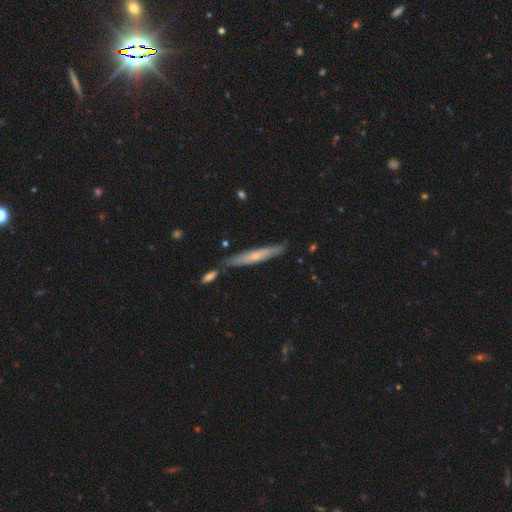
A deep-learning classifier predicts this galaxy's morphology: Overall: featured or disk (49%; smooth 45%). Merging: none (76%).